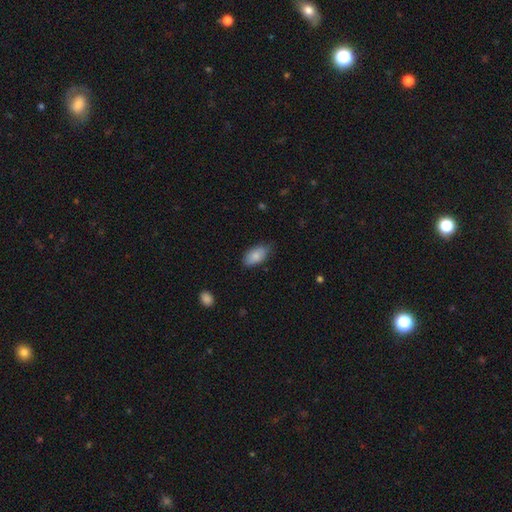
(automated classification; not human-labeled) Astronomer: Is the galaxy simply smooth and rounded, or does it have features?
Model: smooth — 81%.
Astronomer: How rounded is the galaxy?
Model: in between — 93%.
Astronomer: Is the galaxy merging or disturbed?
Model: none — 70%.